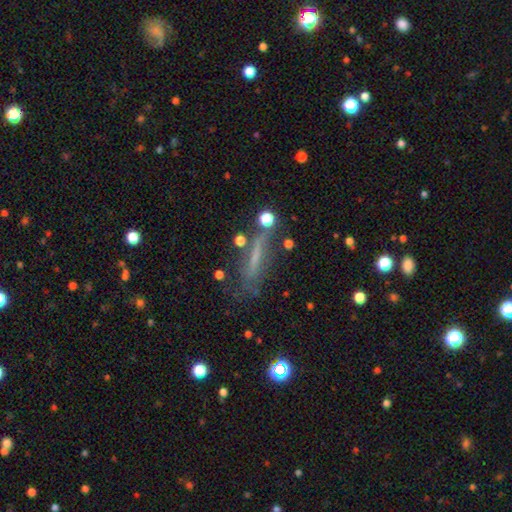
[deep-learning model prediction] Smooth or featured? Predicted: featured or disk (p=0.42, tied with smooth). Merging? Predicted: none (p=0.58).